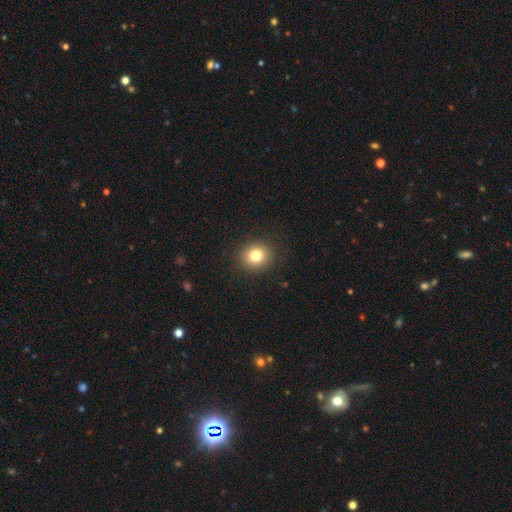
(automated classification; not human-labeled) The model was most divided on "smooth or featured": smooth: 80%, star or artifact: 12%, featured or disk: 8%. More confident: merging — none (90%); how rounded — round (85%).